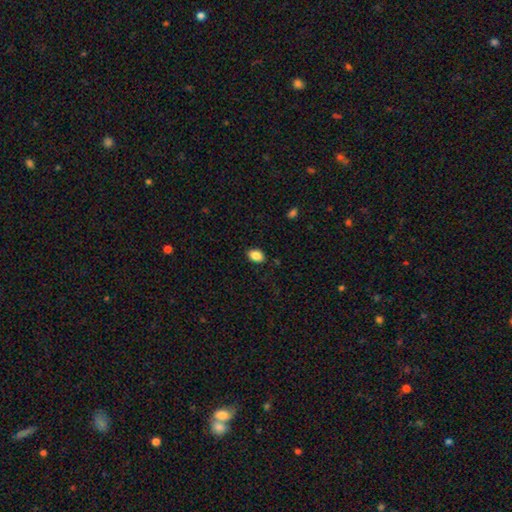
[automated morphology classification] This is clearly a smooth galaxy (88%). How rounded: clearly in between (83%). Merging: clearly none (87%).